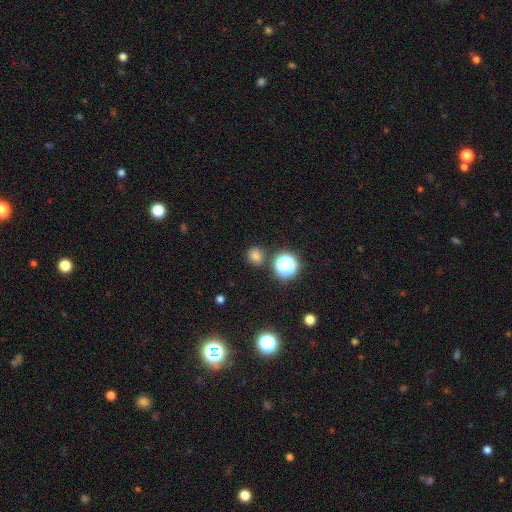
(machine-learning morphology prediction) This is likely a smooth galaxy (74%). How rounded: clearly round (83%). Merging: clearly none (83%).